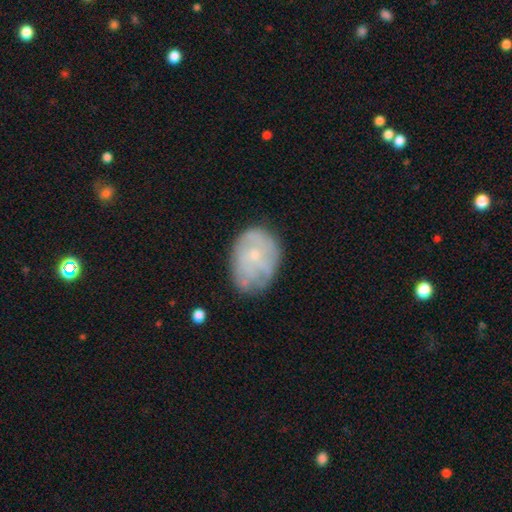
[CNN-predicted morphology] Overall: featured or disk (48%; smooth 44%). Merging: none (62%; minor disturbance 26%).